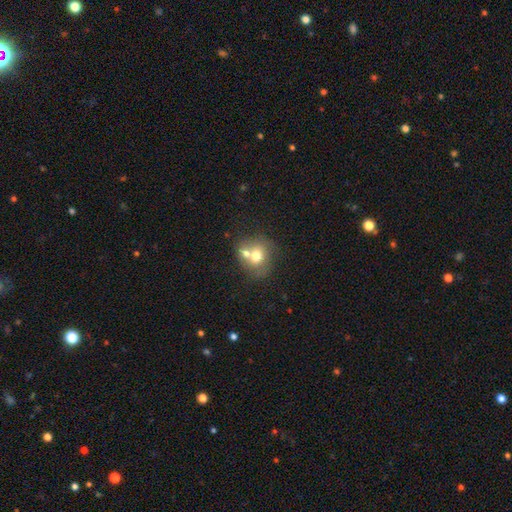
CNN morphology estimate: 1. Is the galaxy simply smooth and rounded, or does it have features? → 66% smooth, 25% featured or disk, 10% star or artifact.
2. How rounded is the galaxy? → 69% round, 30% in between, 1% cigar-shaped.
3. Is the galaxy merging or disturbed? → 53% merger, 33% none, 10% minor disturbance, 4% major disturbance.